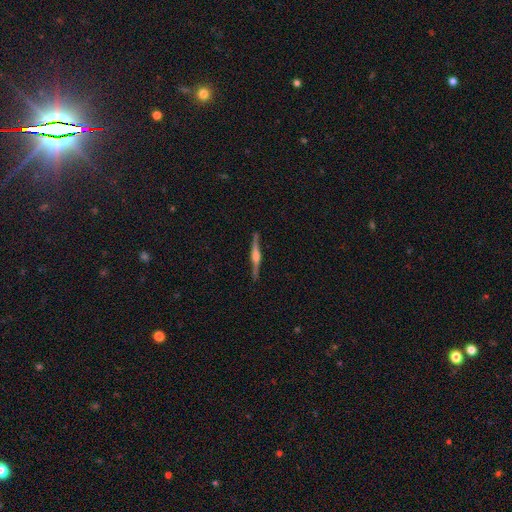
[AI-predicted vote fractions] This is likely a featured or disk galaxy (78%). It is clearly viewed edge-on (98%). Edge-on bulge: likely rounded (71%). Merging: clearly none (88%).